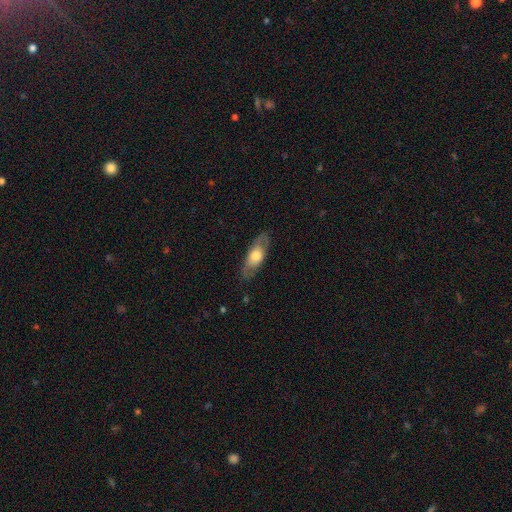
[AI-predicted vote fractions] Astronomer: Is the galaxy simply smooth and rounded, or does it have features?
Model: smooth — 50% (runner-up: featured or disk, 45%).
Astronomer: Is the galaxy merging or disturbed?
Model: none — 79%.